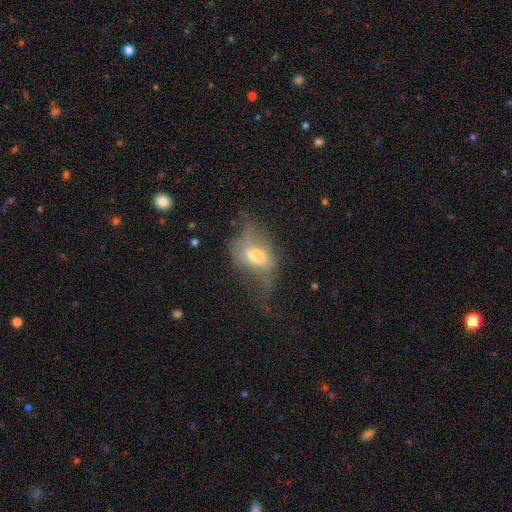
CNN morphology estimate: Q: Smooth or featured?
A: featured or disk (45%); runner-up: smooth (44%)
Q: Merging?
A: major disturbance (48%); runner-up: none (25%)